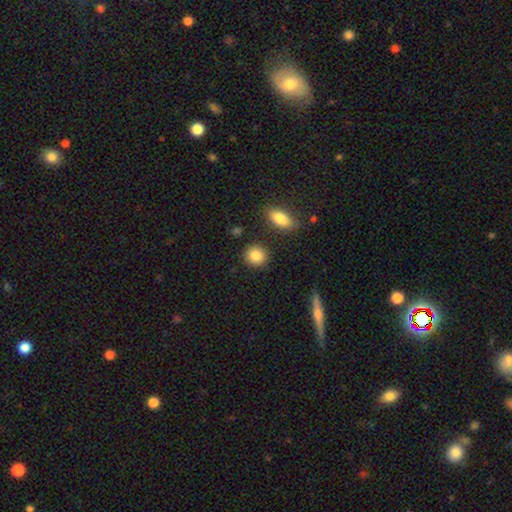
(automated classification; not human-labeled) A smooth galaxy with no disk features (86%) that is round (85%). Merging: none (87%).